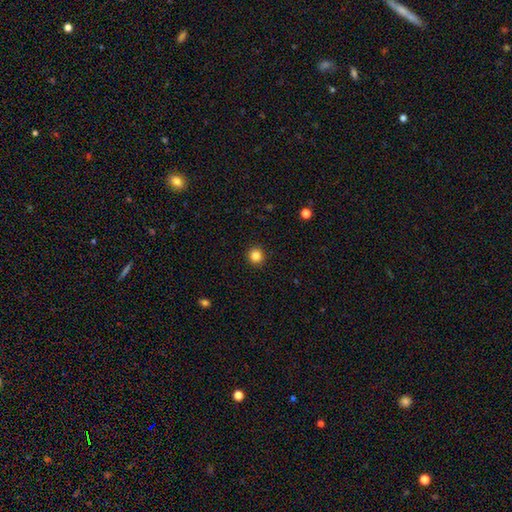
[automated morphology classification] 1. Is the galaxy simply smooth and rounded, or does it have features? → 85% smooth, 11% star or artifact, 4% featured or disk.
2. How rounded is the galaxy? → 93% round, 7% in between, 1% cigar-shaped.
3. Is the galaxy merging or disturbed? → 92% none, 5% minor disturbance, 2% major disturbance, 1% merger.